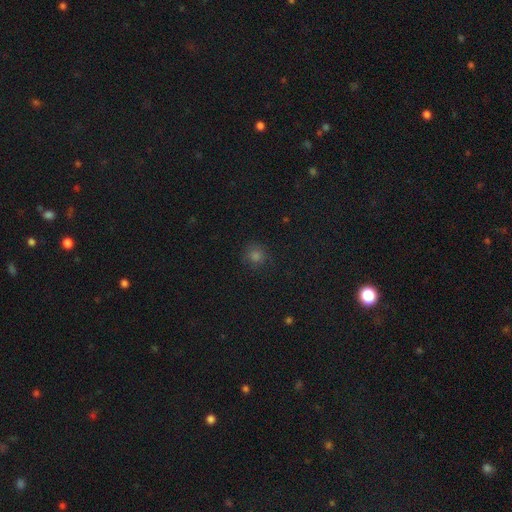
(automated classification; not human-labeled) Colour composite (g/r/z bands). It shows a smooth galaxy with no disk features (70%) that is round (91%). Merging: none (84%).